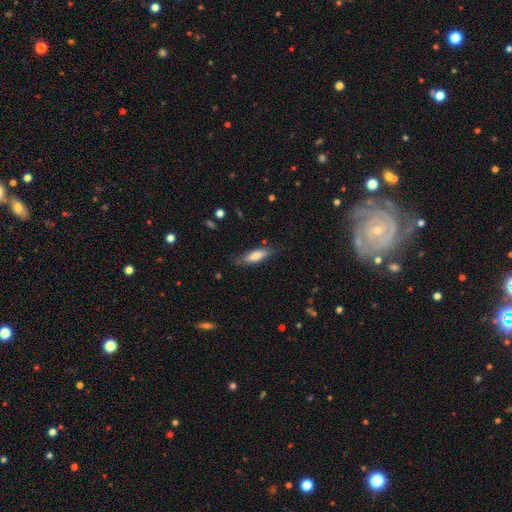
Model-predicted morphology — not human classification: smooth 72%, featured or disk 22%, star or artifact 6%. Down the decision tree: how rounded — cigar-shaped (49%, tied with in between); merging — none (74%).